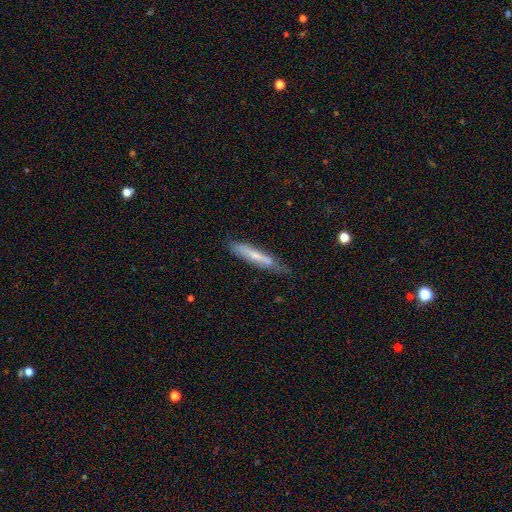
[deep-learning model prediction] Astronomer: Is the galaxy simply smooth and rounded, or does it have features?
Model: smooth — 54% (runner-up: featured or disk, 40%).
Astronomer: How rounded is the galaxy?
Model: cigar-shaped — 90%.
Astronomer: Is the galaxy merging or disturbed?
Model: none — 69%.